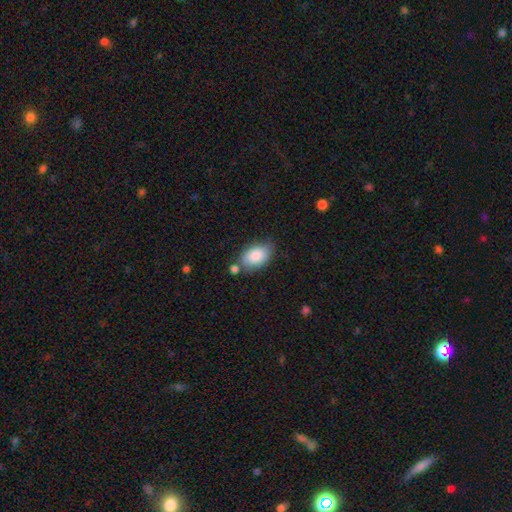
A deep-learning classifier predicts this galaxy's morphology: Smooth or featured: smooth — 86% (featured or disk — 8%)
How rounded: in between — 92% (round — 7%)
Merging: none — 66% (minor disturbance — 19%)